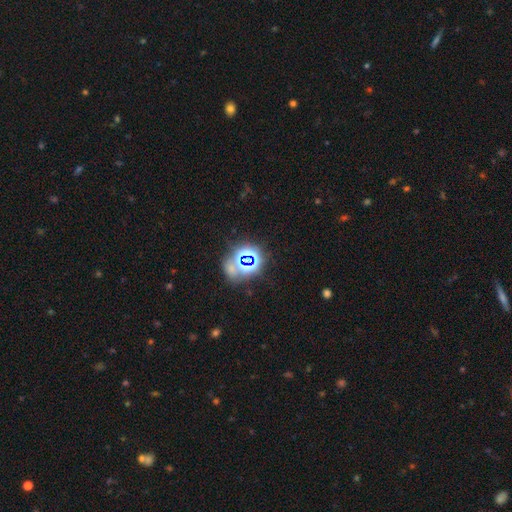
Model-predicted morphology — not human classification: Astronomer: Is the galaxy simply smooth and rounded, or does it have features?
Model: star or artifact — 72%.